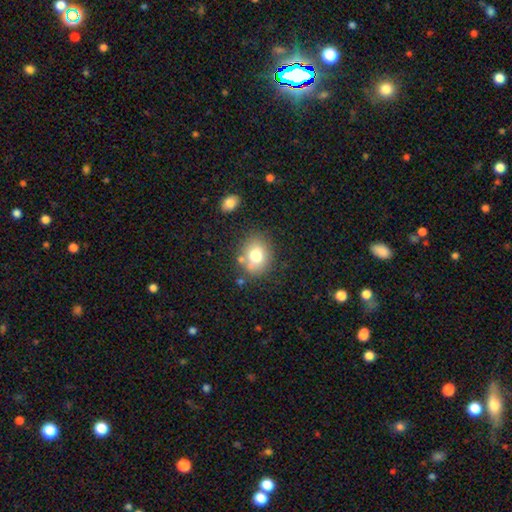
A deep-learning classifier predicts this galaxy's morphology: This appears to be a smooth galaxy with no disk features (73%) that is round (57%). Merging: none (70%).